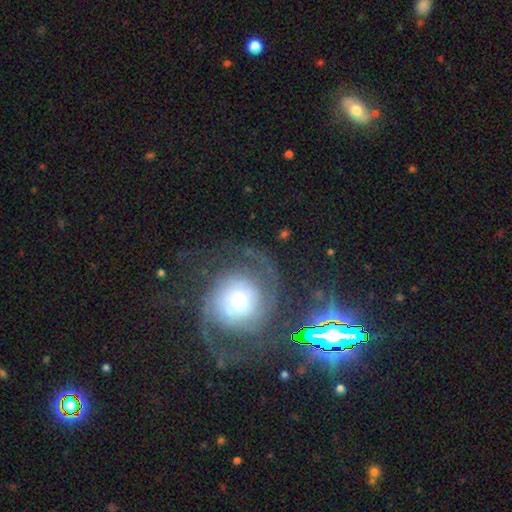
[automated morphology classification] Smooth or featured: featured or disk — 77% (star or artifact — 13%)
Edge-on disk: no — 97% (yes — 3%)
Bar: no — 71% (weak — 20%)
Spiral arms: yes — 94% (no — 6%)
Spiral winding: medium — 45% (tight — 37%)
Spiral arm count: 2 — 79% (can't tell — 8%)
Bulge size: small — 47% (moderate — 37%)
Merging: none — 69% (minor disturbance — 14%)